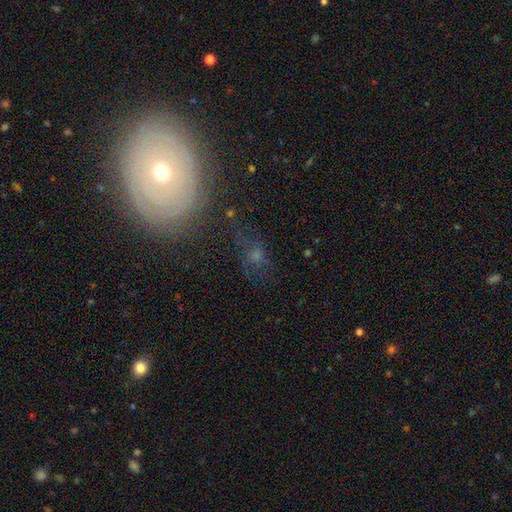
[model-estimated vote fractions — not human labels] Smooth or featured? smooth (37%)
Merging? none (58%)